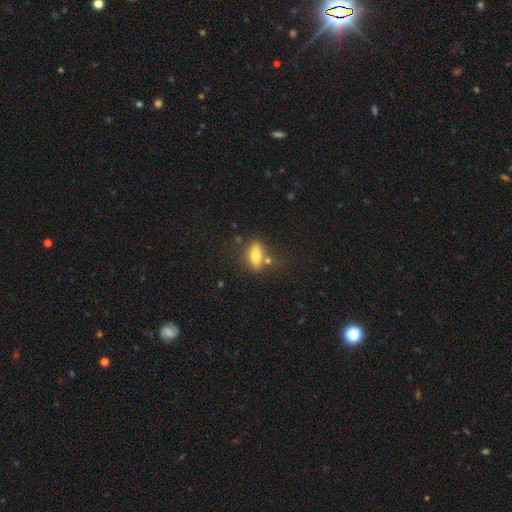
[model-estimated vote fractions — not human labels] smooth-or-featured: smooth: 72% | featured or disk: 19% | star or artifact: 9%
  how-rounded: in between: 75% | cigar-shaped: 20% | round: 5%
  merging: none: 67% | minor disturbance: 15% | merger: 12% | major disturbance: 5%